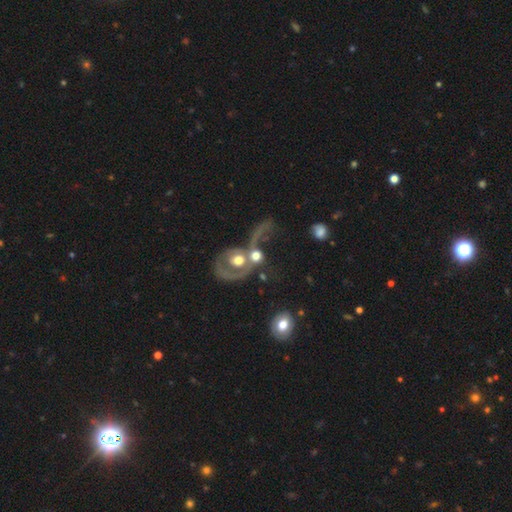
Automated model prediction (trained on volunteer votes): A featured or disk galaxy (55%) with no bar (83%), no spiral arms (59%) and a moderate central bulge (57%). Merging: merger (60%).